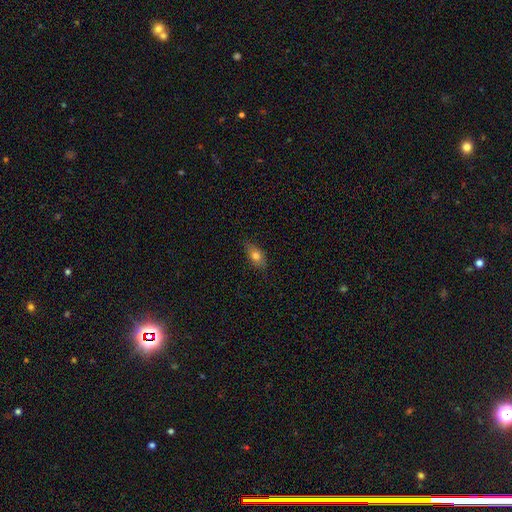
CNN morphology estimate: Q: Smooth or featured?
A: smooth (74%); runner-up: featured or disk (18%)
Q: How rounded?
A: in between (83%); runner-up: round (8%)
Q: Merging?
A: none (79%); runner-up: minor disturbance (17%)